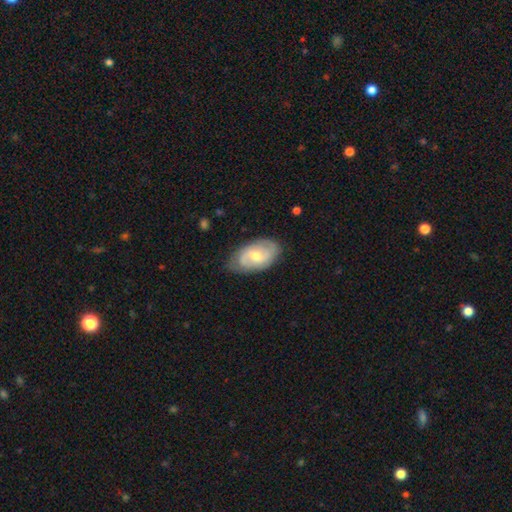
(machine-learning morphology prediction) smooth-or-featured: featured or disk: 62% | smooth: 32% | star or artifact: 6%
  disk-edge-on: no: 94% | yes: 6%
    bar: weak: 49% | no: 40% | strong: 11%
    has-spiral-arms: yes: 81% | no: 19%
    bulge-size: moderate: 58% | small: 37% | large: 3% | none: 1% | dominant: 1%
  merging: none: 76% | minor disturbance: 19% | major disturbance: 4% | merger: 1%